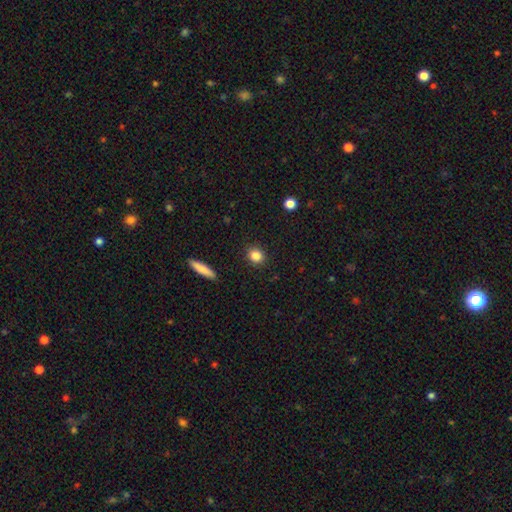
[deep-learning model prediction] smooth-or-featured: smooth: 85% | star or artifact: 10% | featured or disk: 6%
  how-rounded: round: 75% | in between: 23% | cigar-shaped: 2%
  merging: none: 90% | minor disturbance: 7% | major disturbance: 2% | merger: 1%